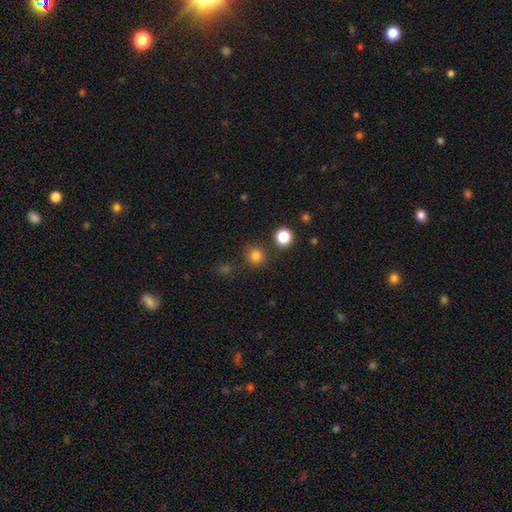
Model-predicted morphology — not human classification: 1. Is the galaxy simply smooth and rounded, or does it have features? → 81% smooth, 15% star or artifact, 4% featured or disk.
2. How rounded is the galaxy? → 93% round, 6% in between, 1% cigar-shaped.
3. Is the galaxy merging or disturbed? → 84% none, 8% minor disturbance, 5% merger, 3% major disturbance.